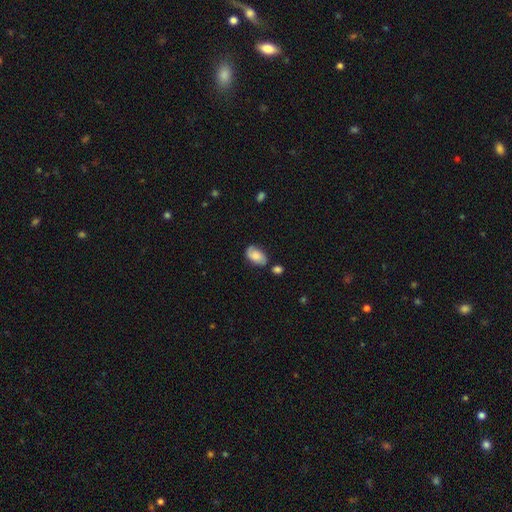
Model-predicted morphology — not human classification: This is likely a smooth galaxy (62%). How rounded: clearly in between (93%). Merging: likely none (67%).